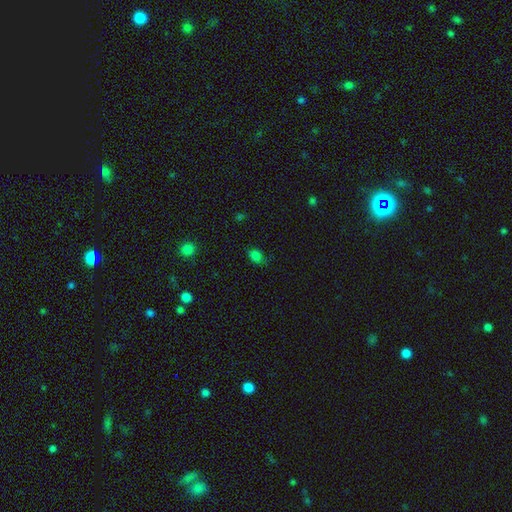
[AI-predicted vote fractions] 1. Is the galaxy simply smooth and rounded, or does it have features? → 78% smooth, 18% star or artifact, 4% featured or disk.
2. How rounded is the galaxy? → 75% in between, 23% round, 2% cigar-shaped.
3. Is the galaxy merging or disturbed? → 74% none, 20% minor disturbance, 5% major disturbance, 2% merger.